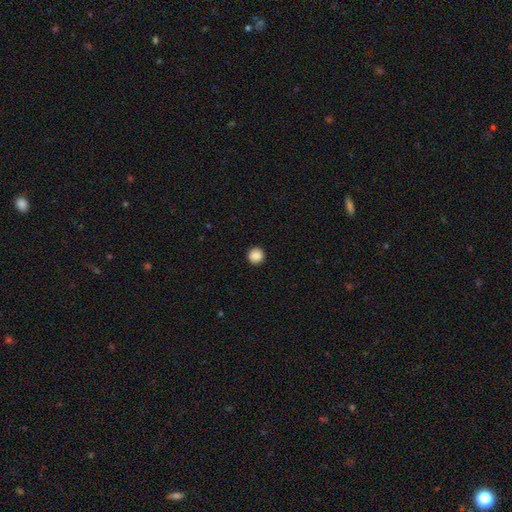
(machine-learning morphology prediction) Smooth or featured?
  - smooth: 89% *
  - star or artifact: 9%
  - featured or disk: 3%
How rounded?
  - round: 95% *
  - in between: 4%
  - cigar-shaped: 1%
Merging?
  - none: 93% *
  - minor disturbance: 5%
  - major disturbance: 2%
  - merger: 1%